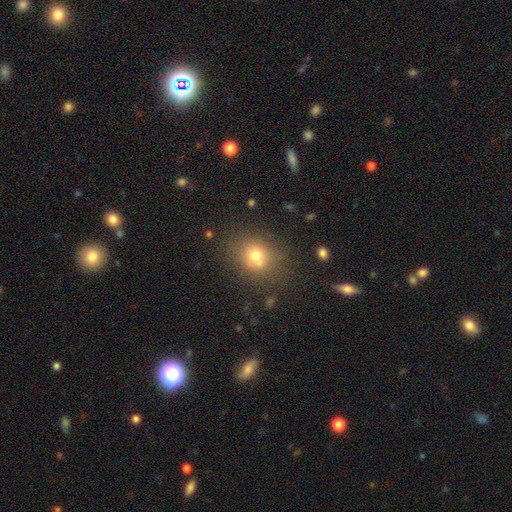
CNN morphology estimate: smooth-or-featured: smooth: 68% | featured or disk: 16% | star or artifact: 16%
  how-rounded: round: 65% | in between: 34% | cigar-shaped: 1%
  merging: none: 60% | merger: 20% | minor disturbance: 14% | major disturbance: 6%